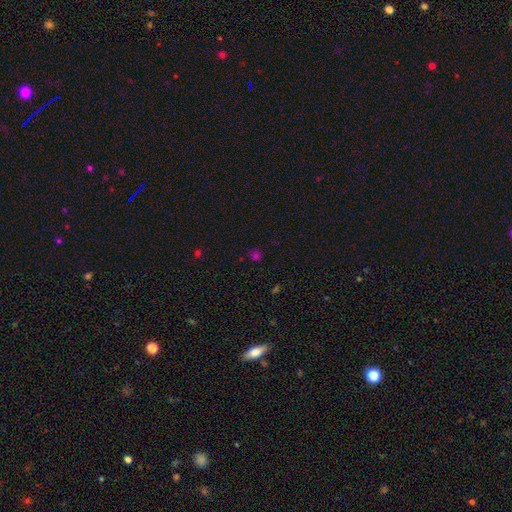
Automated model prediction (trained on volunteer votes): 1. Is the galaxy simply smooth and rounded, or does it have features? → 61% smooth, 34% star or artifact, 5% featured or disk.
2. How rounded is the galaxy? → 83% round, 16% in between, 1% cigar-shaped.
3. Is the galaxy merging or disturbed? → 81% none, 12% minor disturbance, 4% major disturbance, 3% merger.